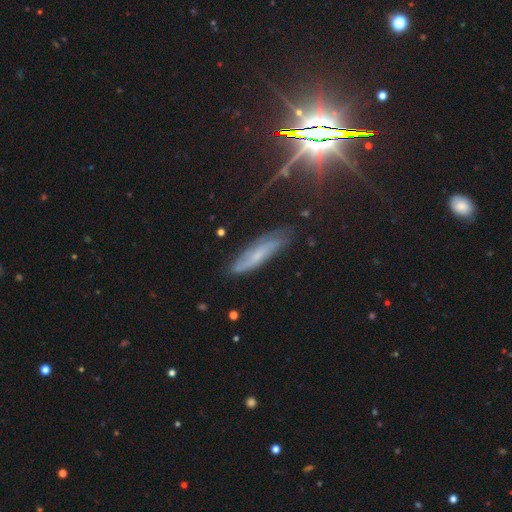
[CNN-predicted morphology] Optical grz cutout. It shows a featured or disk galaxy (42%). Merging: none (76%).